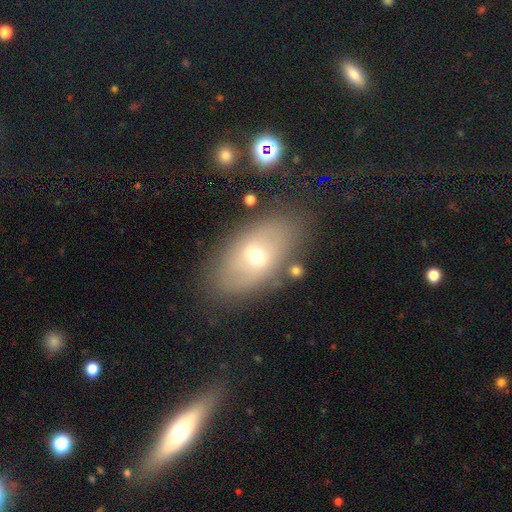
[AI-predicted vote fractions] Smooth or featured? smooth (48%)
Merging? none (77%)